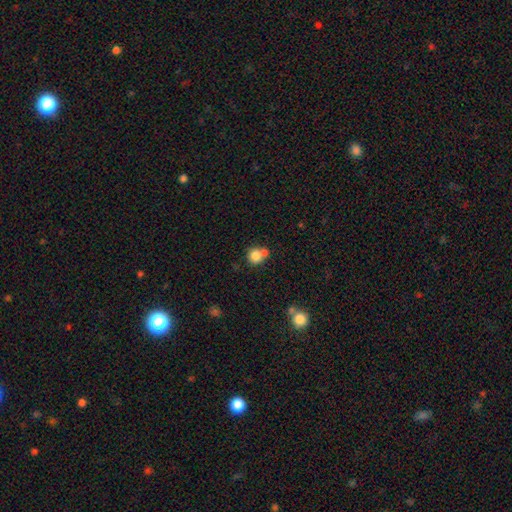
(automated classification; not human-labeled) Overall: smooth (81%). How rounded: round (87%). Merging: none (50%; merger 38%).